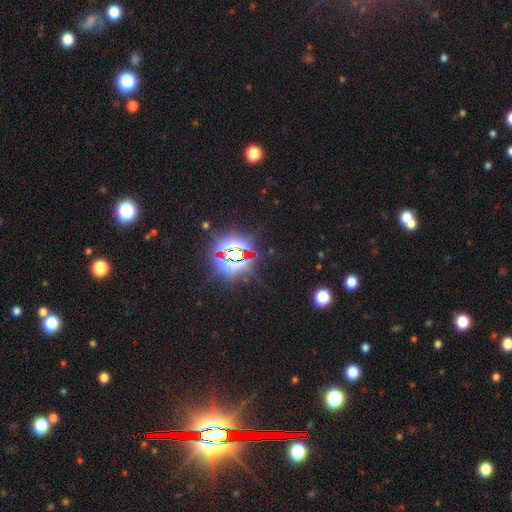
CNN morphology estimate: smooth_or_featured: star or artifact (p=0.84) [alt: smooth p=0.09]